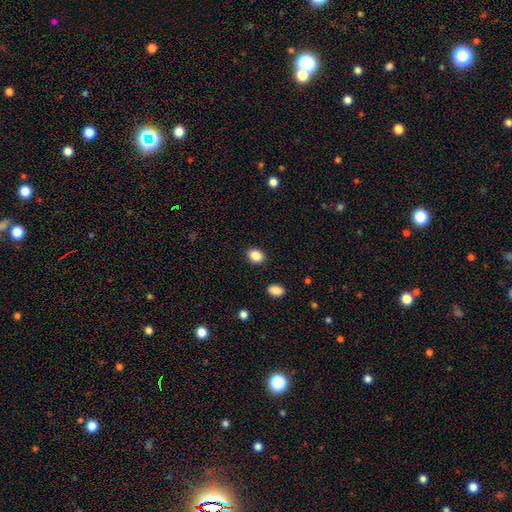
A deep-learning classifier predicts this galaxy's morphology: Smooth or featured? smooth (87%)
How rounded? in between (65%)
Merging? none (88%)